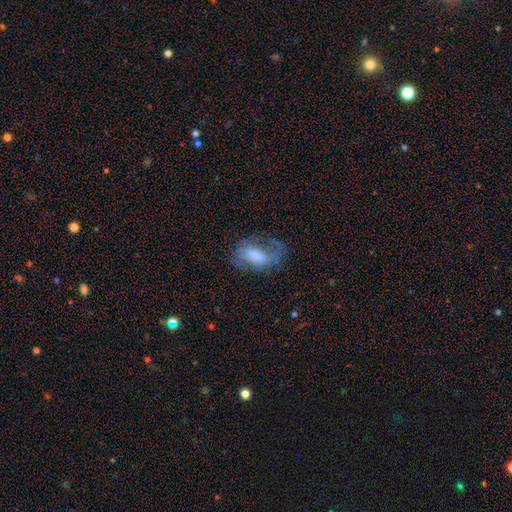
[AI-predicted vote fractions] This is possibly a smooth galaxy (53%). How rounded: clearly in between (88%). Merging: possibly none (45%).